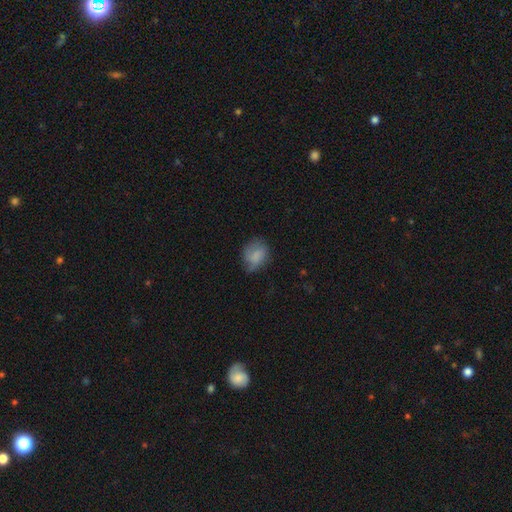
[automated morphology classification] A smooth galaxy with no disk features (73%) that is round (51%). Merging: none (54%).